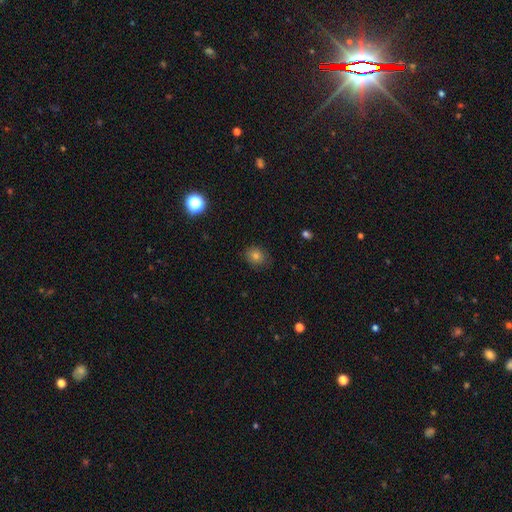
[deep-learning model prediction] Smooth or featured? Predicted: smooth (p=0.76). How rounded? Predicted: round (p=0.67). Merging? Predicted: none (p=0.83).